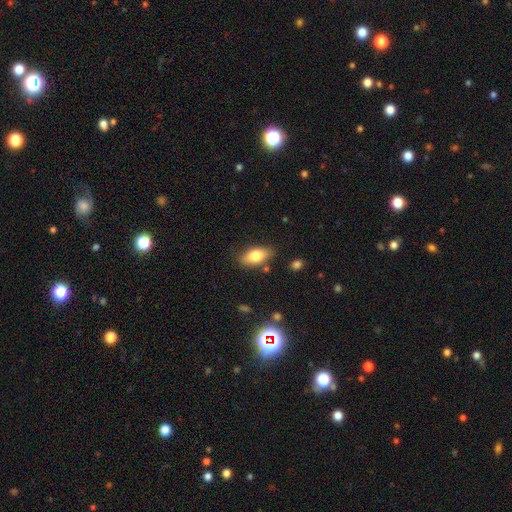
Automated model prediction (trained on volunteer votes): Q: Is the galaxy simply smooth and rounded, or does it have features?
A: smooth — 77%.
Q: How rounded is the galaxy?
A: in between — 87%.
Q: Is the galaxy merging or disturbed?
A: none — 79%.